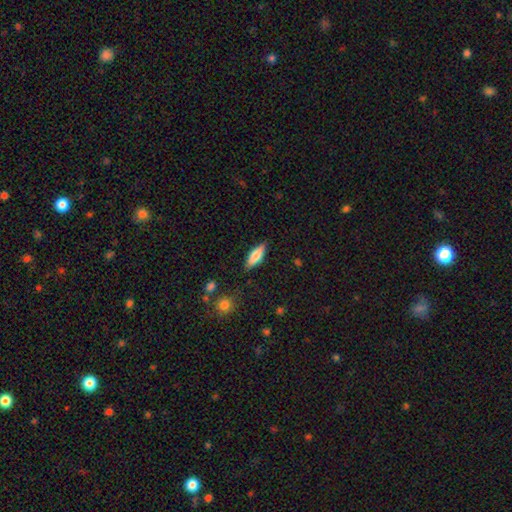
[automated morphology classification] smooth-or-featured: smooth: 75% | featured or disk: 19% | star or artifact: 6%
  how-rounded: in between: 58% | cigar-shaped: 40% | round: 2%
  merging: none: 83% | minor disturbance: 12% | major disturbance: 3% | merger: 2%